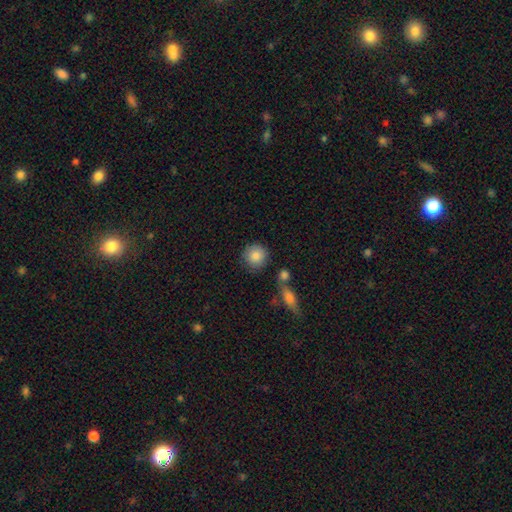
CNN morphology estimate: Smooth or featured? Predicted: smooth (p=0.86). How rounded? Predicted: round (p=0.91). Merging? Predicted: none (p=0.80).